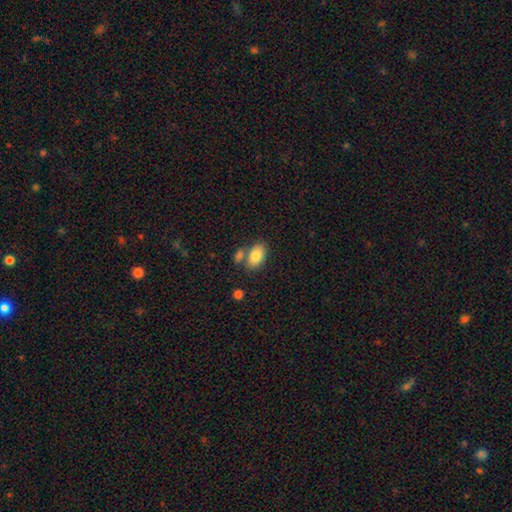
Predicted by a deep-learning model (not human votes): A smooth galaxy with no disk features (84%) that is in between round and cigar-shaped (93%).

Vote fractions:
- Smooth or featured? smooth: 84% / featured or disk: 9% / star or artifact: 7%
- How rounded? in between: 93% / round: 6% / cigar-shaped: 2%
- Merging? none: 59% / merger: 25% / minor disturbance: 13% / major disturbance: 4%